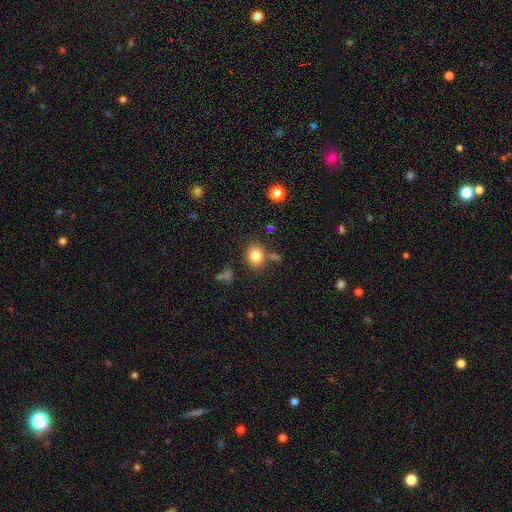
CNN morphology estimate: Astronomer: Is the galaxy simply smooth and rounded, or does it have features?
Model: smooth — 82%.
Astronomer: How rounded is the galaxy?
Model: round — 51% (runner-up: in between, 48%).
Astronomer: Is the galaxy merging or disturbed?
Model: none — 74%.